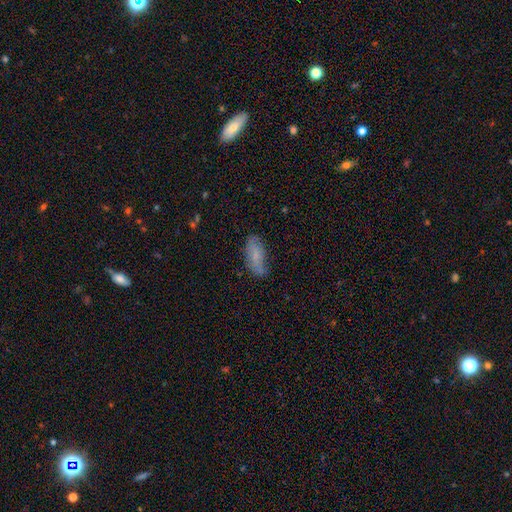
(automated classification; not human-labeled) Q: Smooth or featured?
A: smooth (68%); runner-up: featured or disk (24%)
Q: How rounded?
A: in between (78%); runner-up: cigar-shaped (19%)
Q: Merging?
A: none (62%); runner-up: minor disturbance (28%)